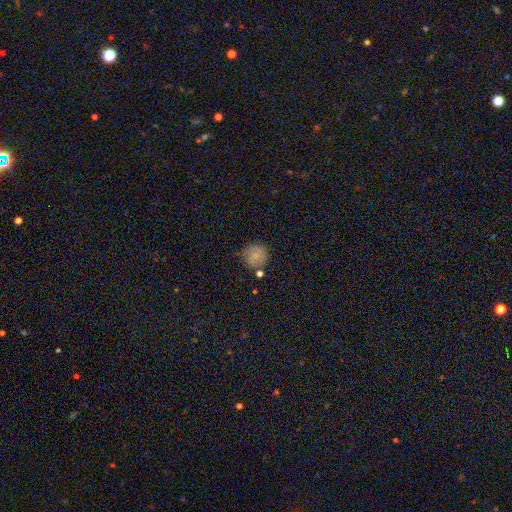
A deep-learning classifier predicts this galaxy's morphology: smooth_or_featured: smooth (p=0.77) [alt: featured or disk p=0.12]
how_rounded: round (p=0.92) [alt: in between p=0.07]
merging: none (p=0.70) [alt: minor disturbance p=0.19]